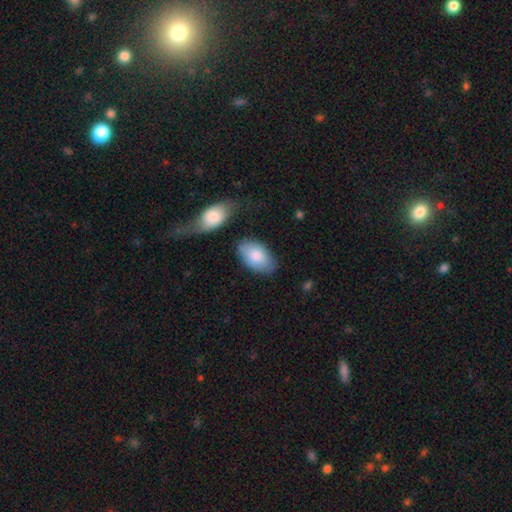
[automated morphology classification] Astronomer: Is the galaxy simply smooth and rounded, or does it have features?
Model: smooth — 83%.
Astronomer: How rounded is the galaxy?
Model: in between — 94%.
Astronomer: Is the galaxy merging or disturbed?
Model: none — 73%.